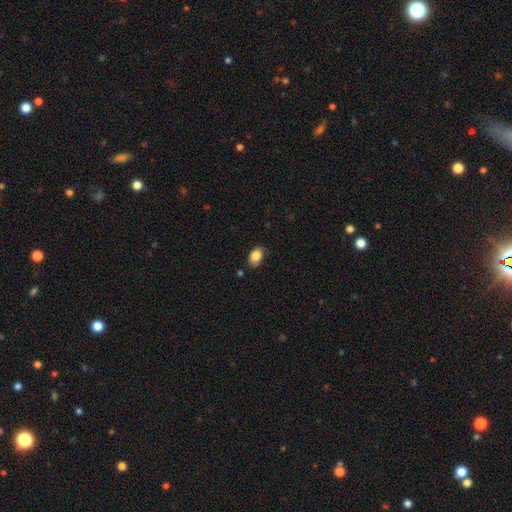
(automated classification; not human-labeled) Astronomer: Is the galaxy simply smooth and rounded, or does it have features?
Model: smooth — 85%.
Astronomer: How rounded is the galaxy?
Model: in between — 85%.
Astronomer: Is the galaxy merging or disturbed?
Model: none — 80%.